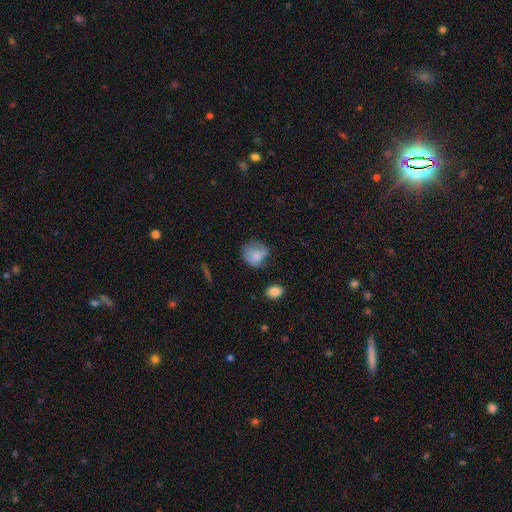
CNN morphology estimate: Overall: smooth (78%). How rounded: round (70%). Merging: none (45%; minor disturbance 34%).